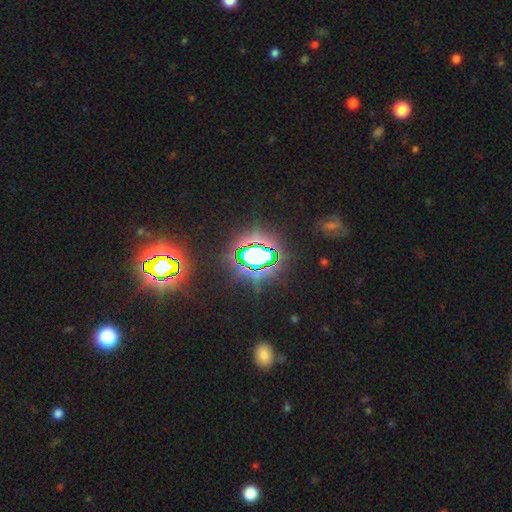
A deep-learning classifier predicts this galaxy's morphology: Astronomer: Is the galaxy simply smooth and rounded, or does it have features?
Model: star or artifact — 79%.